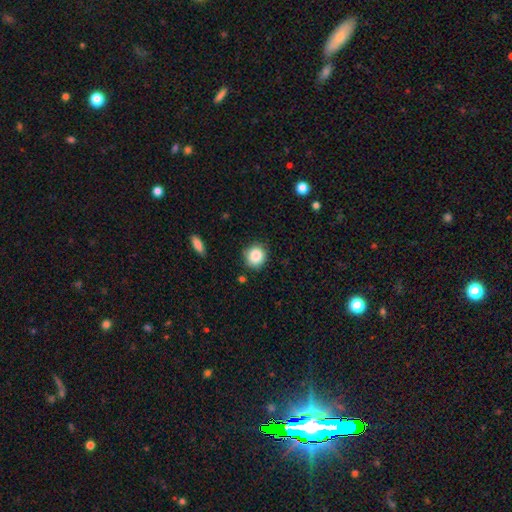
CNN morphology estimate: type=smooth (85%); roundness=round (86%); merging=none (84%).